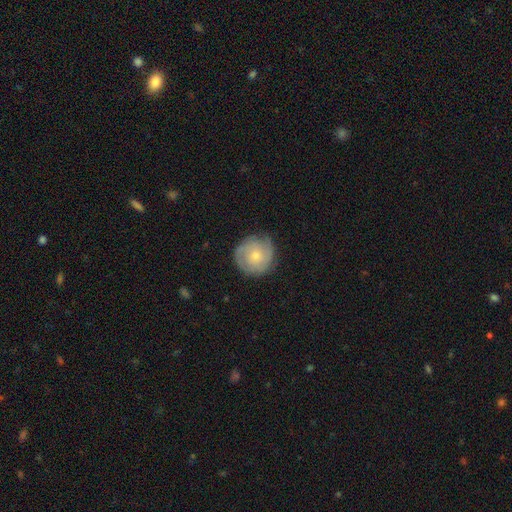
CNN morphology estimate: Smooth or featured? featured or disk (48%)
Merging? none (77%)